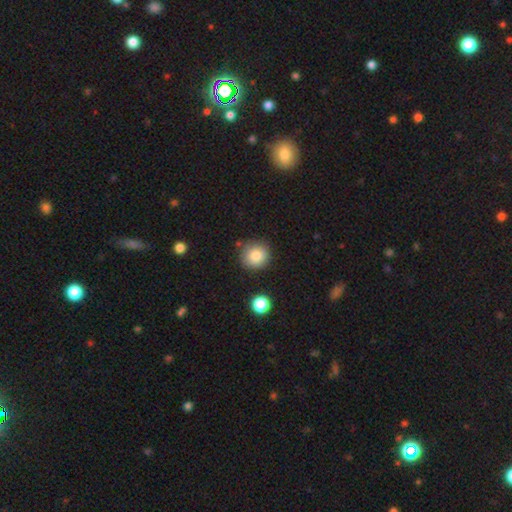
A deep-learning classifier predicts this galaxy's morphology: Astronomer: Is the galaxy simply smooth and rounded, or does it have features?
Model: smooth — 85%.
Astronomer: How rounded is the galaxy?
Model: round — 92%.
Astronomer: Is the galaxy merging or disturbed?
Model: none — 84%.